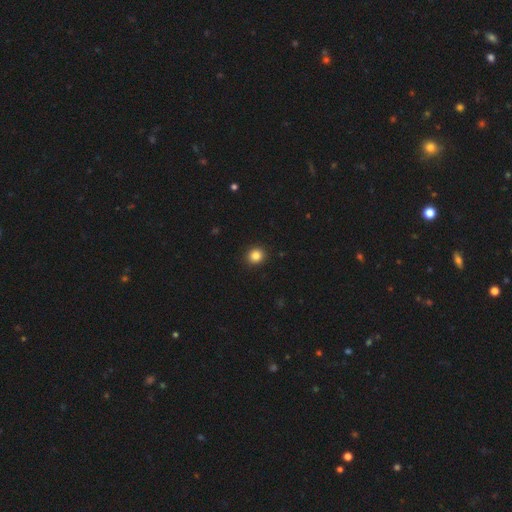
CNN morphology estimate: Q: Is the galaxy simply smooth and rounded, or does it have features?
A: smooth — 84%.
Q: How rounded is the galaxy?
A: round — 88%.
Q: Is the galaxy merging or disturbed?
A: none — 92%.